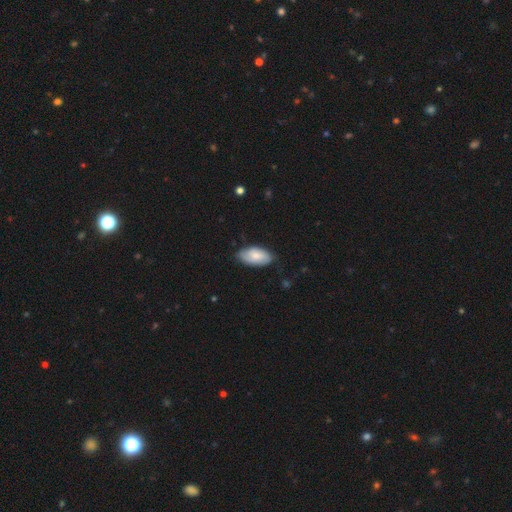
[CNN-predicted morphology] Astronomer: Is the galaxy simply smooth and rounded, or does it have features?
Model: smooth — 76%.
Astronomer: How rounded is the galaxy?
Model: in between — 94%.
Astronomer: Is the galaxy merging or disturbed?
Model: none — 76%.